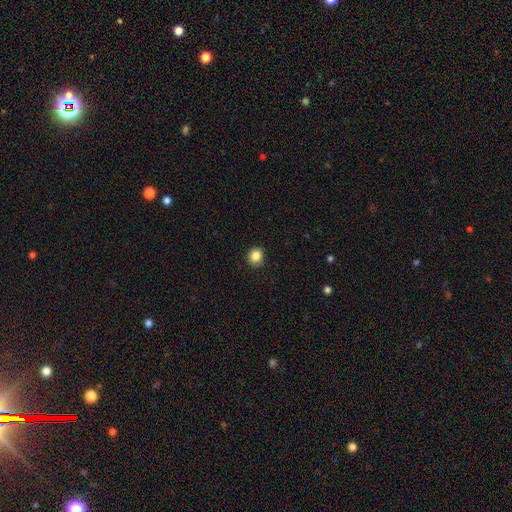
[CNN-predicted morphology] The model was most divided on "how rounded": round: 86%, in between: 13%, cigar-shaped: 1%. More confident: merging — none (89%); smooth or featured — smooth (85%).